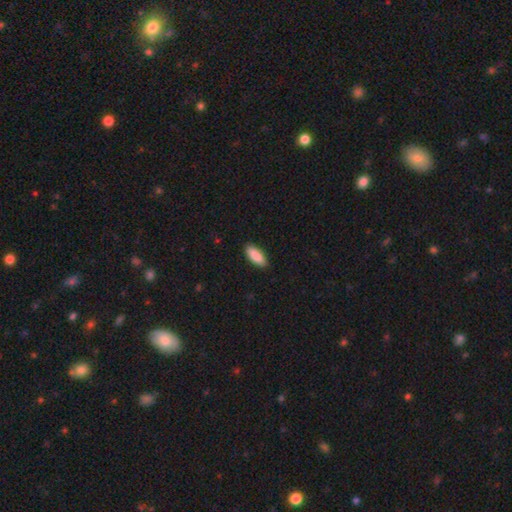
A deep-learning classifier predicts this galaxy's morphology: smooth-or-featured: smooth: 90% | star or artifact: 6% | featured or disk: 5%
  how-rounded: in between: 78% | cigar-shaped: 20% | round: 2%
  merging: none: 89% | minor disturbance: 8% | major disturbance: 2% | merger: 1%